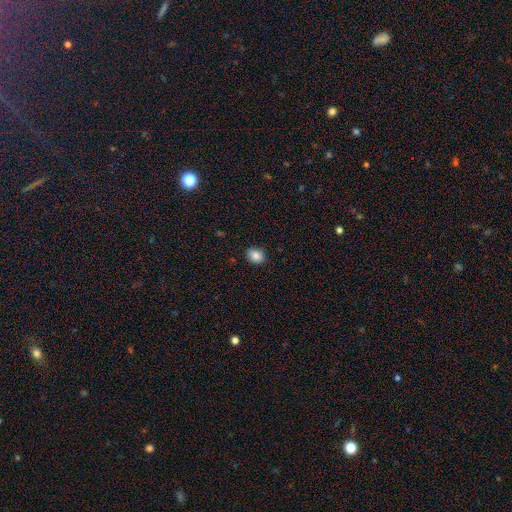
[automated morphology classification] smooth_or_featured: smooth (p=0.85) [alt: star or artifact p=0.09]
how_rounded: round (p=0.55) [alt: in between p=0.44]
merging: none (p=0.89) [alt: minor disturbance p=0.08]